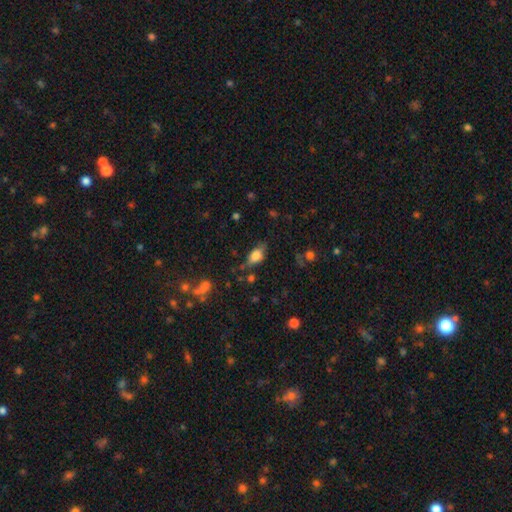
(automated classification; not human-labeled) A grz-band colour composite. It shows a smooth galaxy with no disk features (76%) that is in between round and cigar-shaped (85%). Merging: none (59%).